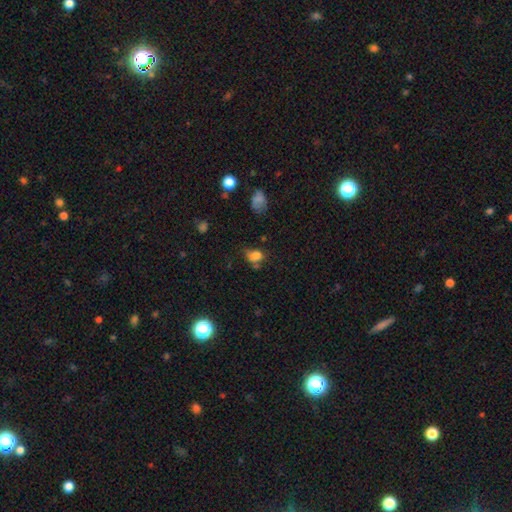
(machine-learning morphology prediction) Smooth or featured? Predicted: smooth (p=0.74). How rounded? Predicted: in between (p=0.61). Merging? Predicted: none (p=0.40).